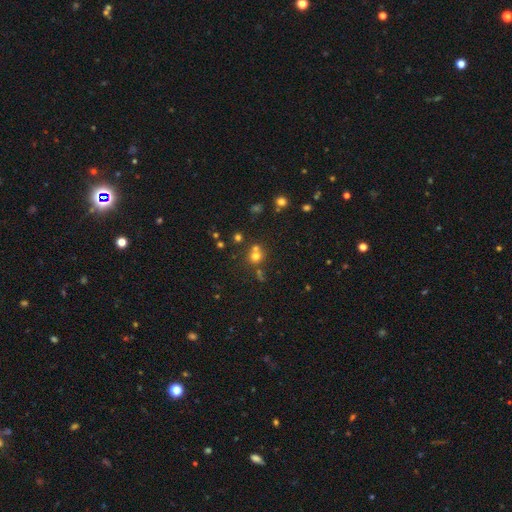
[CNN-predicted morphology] smooth 65%, star or artifact 23%, featured or disk 12%. Down the decision tree: how rounded — round (86%); merging — none (54%).